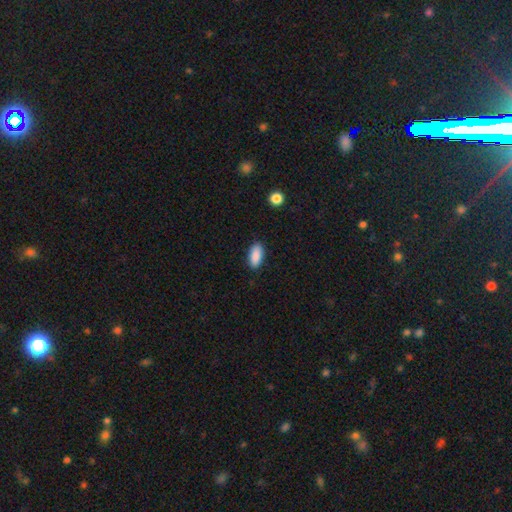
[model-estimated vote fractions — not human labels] Smooth or featured? smooth (90%)
How rounded? in between (88%)
Merging? none (88%)